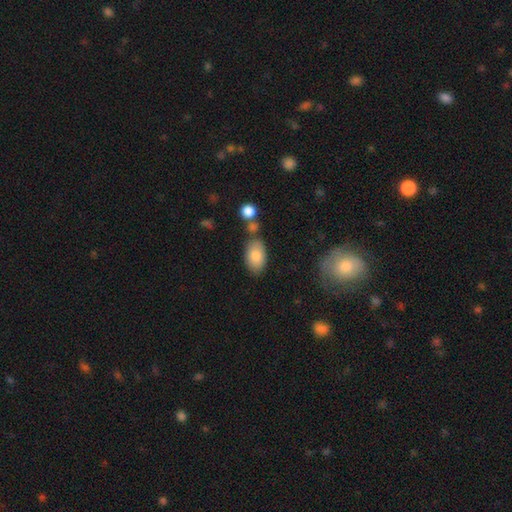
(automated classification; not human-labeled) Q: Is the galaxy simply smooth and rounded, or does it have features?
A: smooth — 83%.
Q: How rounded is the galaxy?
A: in between — 92%.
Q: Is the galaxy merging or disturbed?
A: none — 71%.